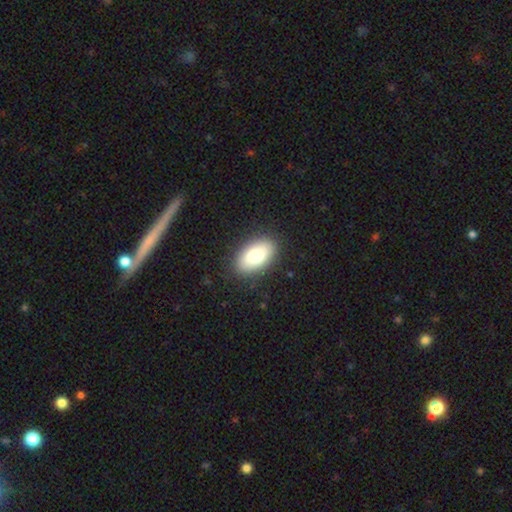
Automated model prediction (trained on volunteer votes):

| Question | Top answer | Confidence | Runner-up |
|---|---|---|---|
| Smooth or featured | smooth | 78% | featured or disk (15%) |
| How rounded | in between | 93% | round (5%) |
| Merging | none | 87% | minor disturbance (9%) |